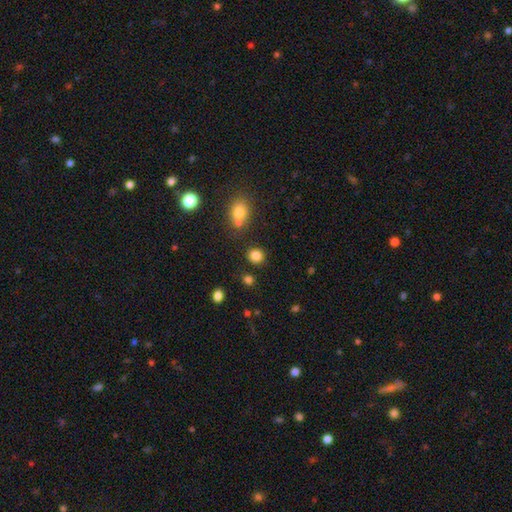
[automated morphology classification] The model was most divided on "how rounded": round: 85%, in between: 14%, cigar-shaped: 1%. More confident: merging — none (84%); smooth or featured — smooth (84%).